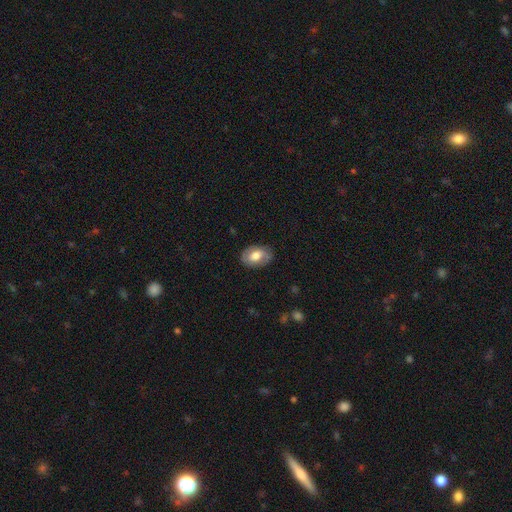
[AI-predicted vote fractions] Q: Smooth or featured?
A: smooth (60%); runner-up: featured or disk (34%)
Q: How rounded?
A: in between (87%); runner-up: round (12%)
Q: Merging?
A: none (82%); runner-up: minor disturbance (13%)